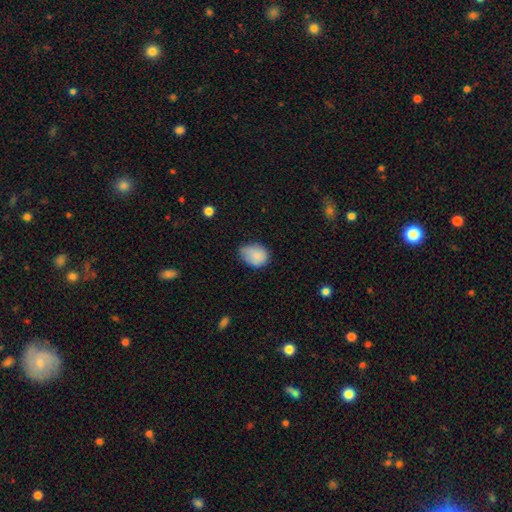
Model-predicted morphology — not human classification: Overall: smooth (85%). How rounded: in between (65%; round 34%). Merging: none (49%; minor disturbance 41%).